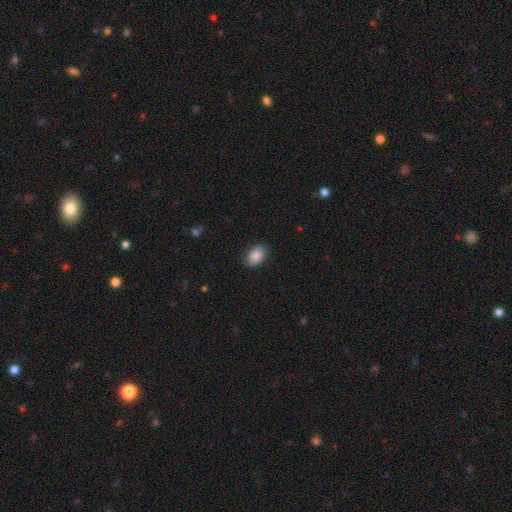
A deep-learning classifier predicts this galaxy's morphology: This is clearly a smooth galaxy (89%). How rounded: clearly in between (85%). Merging: clearly none (83%).